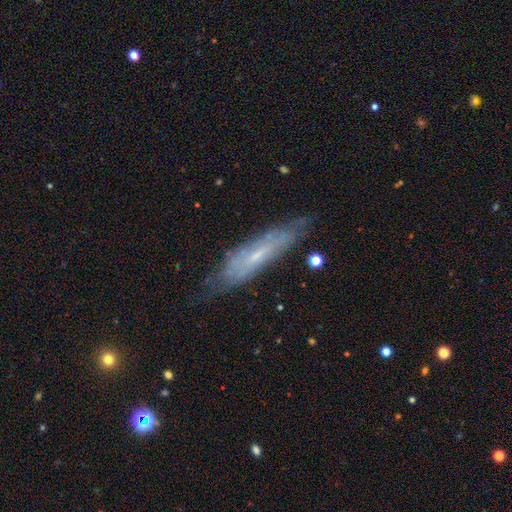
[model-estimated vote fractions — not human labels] Morphology: type=featured or disk (60%); edge-on=yes (52%); merging=none (70%).